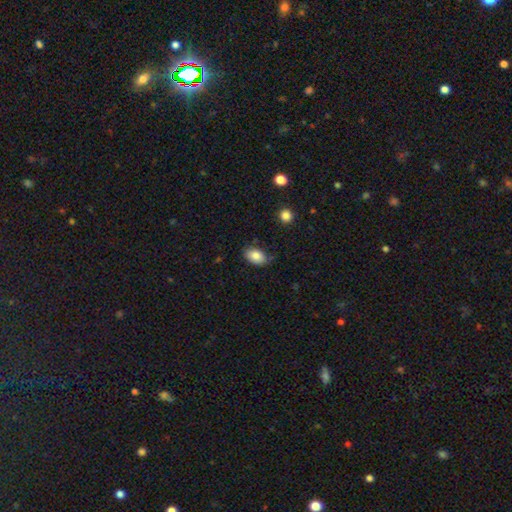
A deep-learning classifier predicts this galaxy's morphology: smooth_or_featured: smooth (p=0.85) [alt: star or artifact p=0.08]
how_rounded: in between (p=0.90) [alt: round p=0.09]
merging: none (p=0.74) [alt: minor disturbance p=0.20]